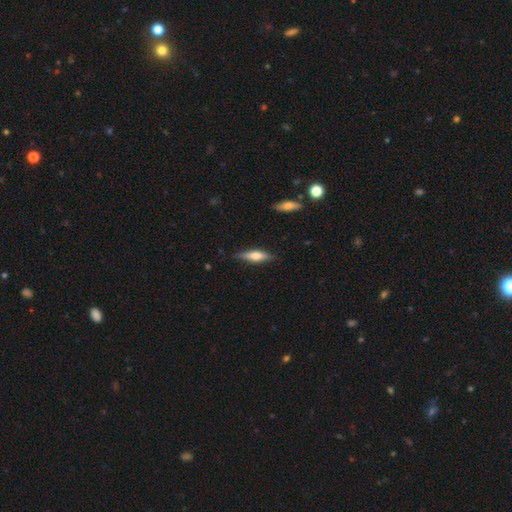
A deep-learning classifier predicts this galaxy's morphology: Overall: featured or disk (48%; smooth 46%). Merging: none (85%).